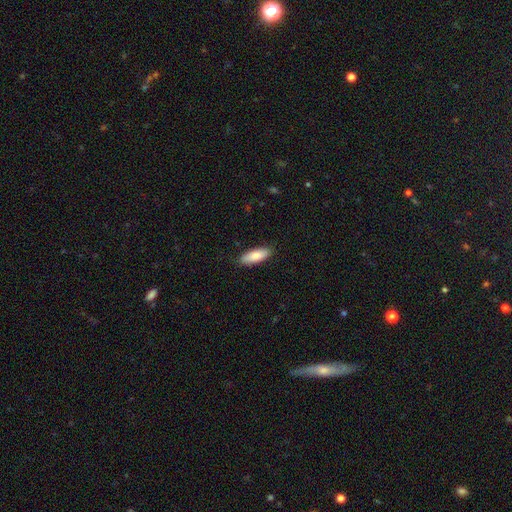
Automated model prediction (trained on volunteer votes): Overall: smooth (82%). How rounded: in between (67%; cigar-shaped 31%). Merging: none (87%).